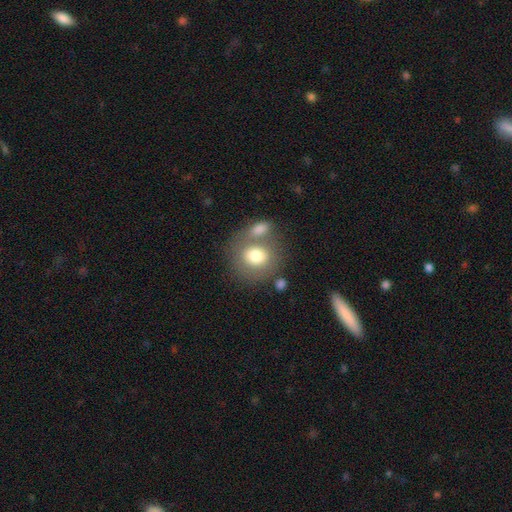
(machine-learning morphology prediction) Overall: smooth (74%). How rounded: round (80%). Merging: none (54%; merger 27%).